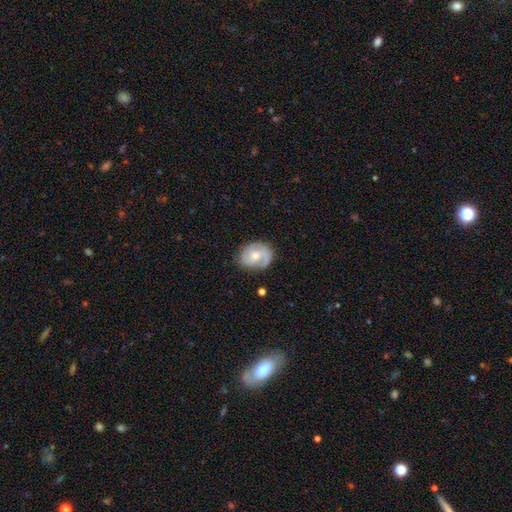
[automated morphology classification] Q: Smooth or featured?
A: featured or disk (65%); runner-up: smooth (29%)
Q: Edge-on disk?
A: no (97%); runner-up: yes (3%)
Q: Bar?
A: no (64%); runner-up: weak (31%)
Q: Spiral arms?
A: yes (88%); runner-up: no (12%)
Q: Spiral winding?
A: tight (45%); runner-up: medium (39%)
Q: Spiral arm count?
A: 2 (56%); runner-up: can't tell (18%)
Q: Bulge size?
A: moderate (54%); runner-up: small (38%)
Q: Merging?
A: none (70%); runner-up: minor disturbance (21%)